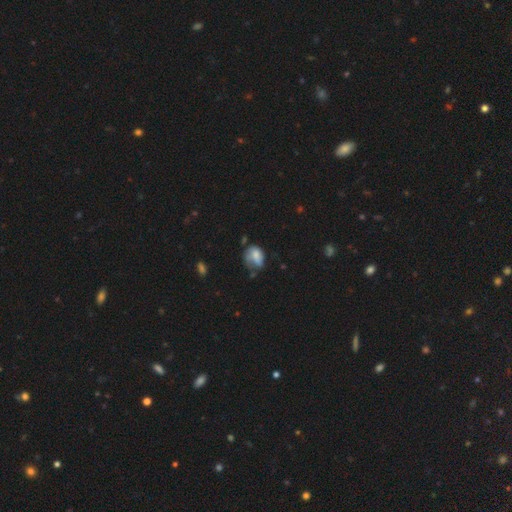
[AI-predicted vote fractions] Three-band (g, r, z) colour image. It shows a smooth galaxy with no disk features (65%) that is in between round and cigar-shaped (67%). Merging: minor disturbance (35%).